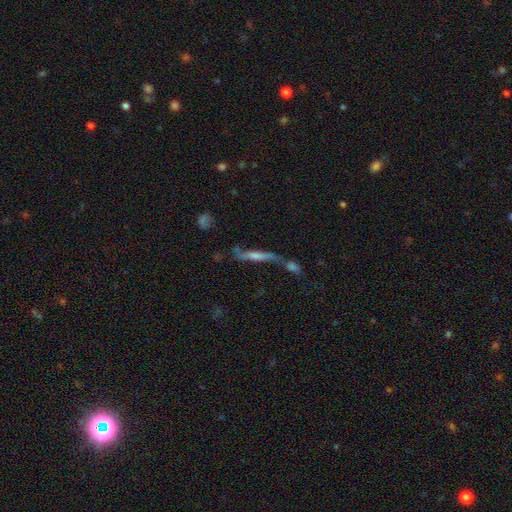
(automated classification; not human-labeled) Smooth or featured: featured or disk — 55% (smooth — 34%)
Edge-on disk: yes — 84% (no — 16%)
Merging: none — 48% (merger — 28%)